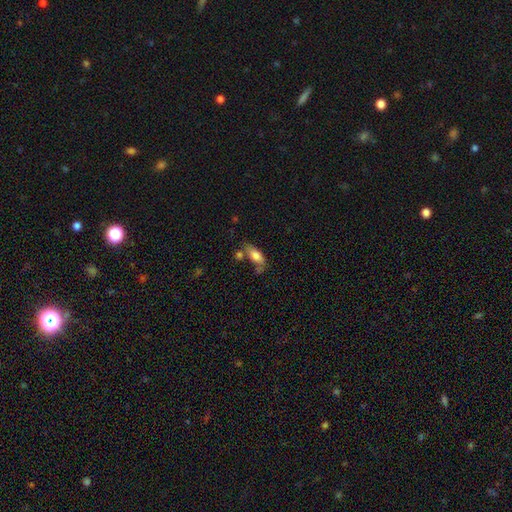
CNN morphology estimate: Smooth or featured? smooth (75%)
How rounded? in between (80%)
Merging? none (45%)